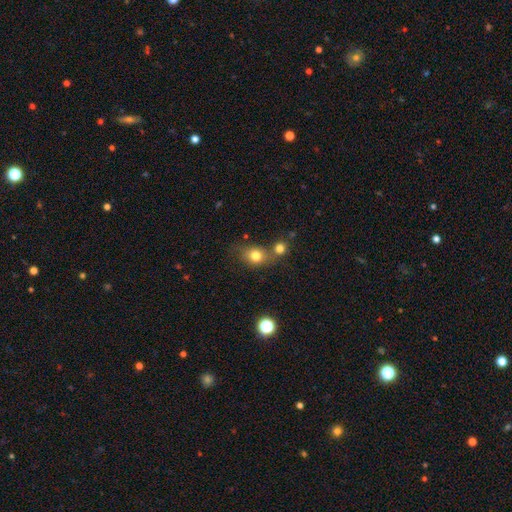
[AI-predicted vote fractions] smooth_or_featured: smooth (p=0.77) [alt: star or artifact p=0.12]
how_rounded: round (p=0.61) [alt: in between p=0.38]
merging: none (p=0.46) [alt: merger p=0.37]